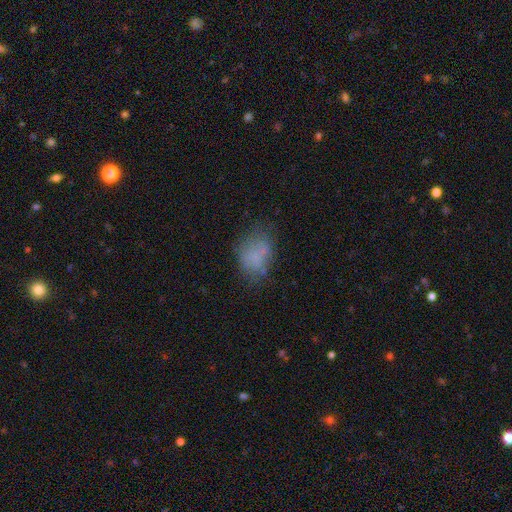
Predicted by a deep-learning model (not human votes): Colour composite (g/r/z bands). It shows a smooth galaxy with no disk features (70%) that is in between round and cigar-shaped (71%). Merging: none (55%).